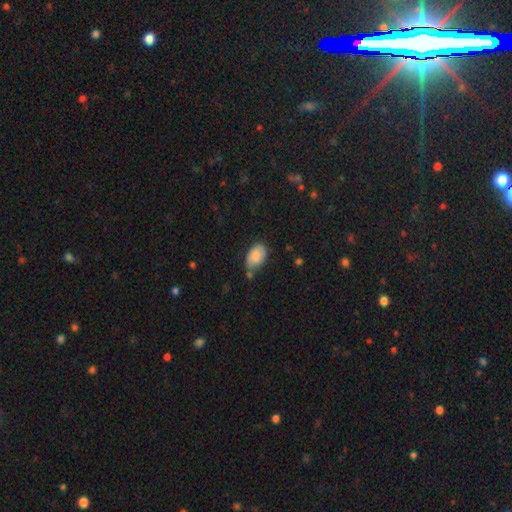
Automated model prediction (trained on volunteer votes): A smooth galaxy with no disk features (85%) that is in between round and cigar-shaped (90%). Merging: none (58%).